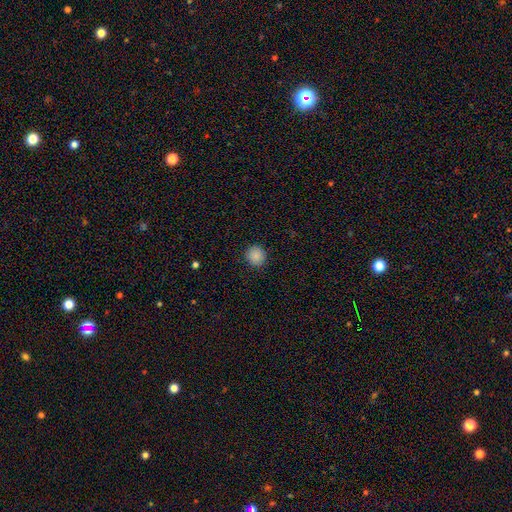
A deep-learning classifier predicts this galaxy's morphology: This appears to be a smooth galaxy with no disk features (88%) that is round (91%). Merging: none (91%).